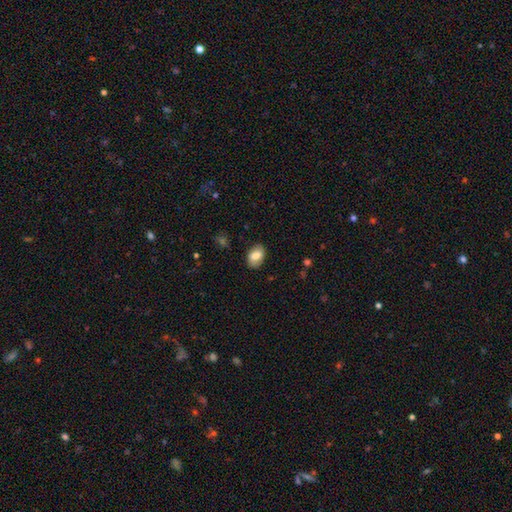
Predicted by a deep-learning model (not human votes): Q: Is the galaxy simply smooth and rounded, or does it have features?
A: smooth — 73%.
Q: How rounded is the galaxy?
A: in between — 84%.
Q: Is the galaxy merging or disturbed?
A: none — 82%.